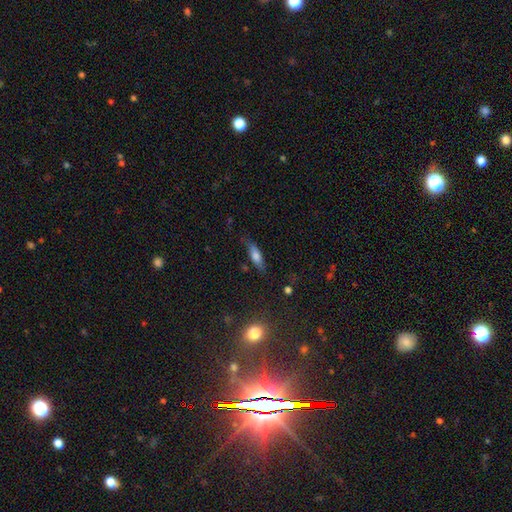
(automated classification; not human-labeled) Smooth or featured? smooth (68%)
How rounded? in between (50%)
Merging? none (73%)